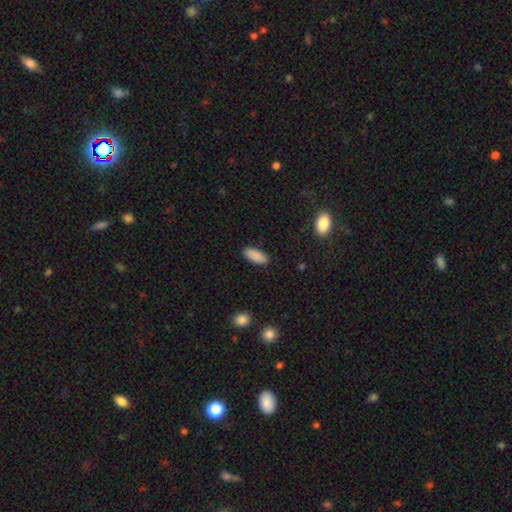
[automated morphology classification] Smooth or featured: smooth — 89% (star or artifact — 7%)
How rounded: in between — 84% (cigar-shaped — 14%)
Merging: none — 89% (minor disturbance — 8%)